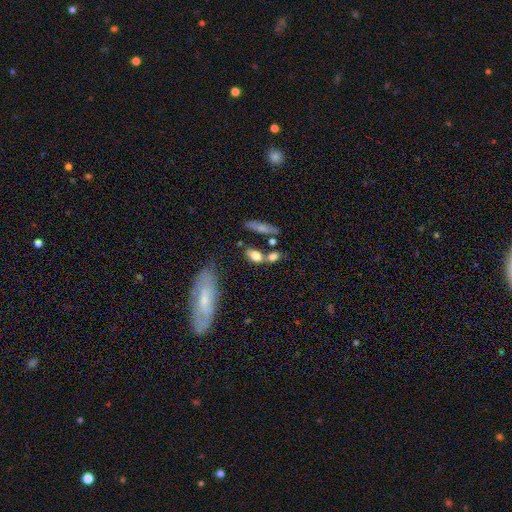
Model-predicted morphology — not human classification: Smooth or featured?
  - smooth: 74% *
  - featured or disk: 17%
  - star or artifact: 9%
How rounded?
  - in between: 78% *
  - cigar-shaped: 12%
  - round: 11%
Merging?
  - none: 49% *
  - merger: 27%
  - minor disturbance: 17%
  - major disturbance: 7%